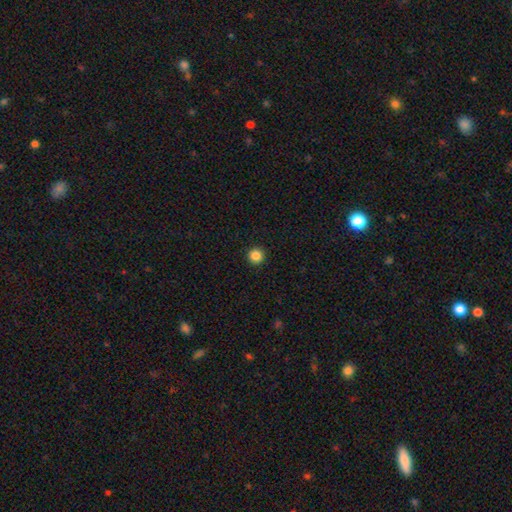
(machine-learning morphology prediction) smooth 86%, star or artifact 11%, featured or disk 3%. Down the decision tree: how rounded — round (96%); merging — none (93%).